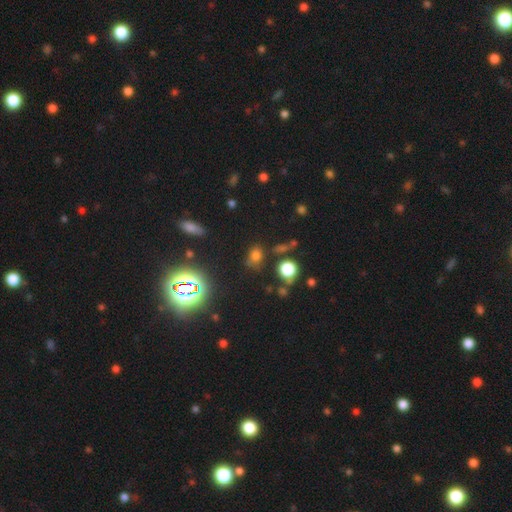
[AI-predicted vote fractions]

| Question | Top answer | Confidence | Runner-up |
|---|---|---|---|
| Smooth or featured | smooth | 64% | star or artifact (28%) |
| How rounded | in between | 57% | round (41%) |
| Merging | none | 65% | minor disturbance (19%) |